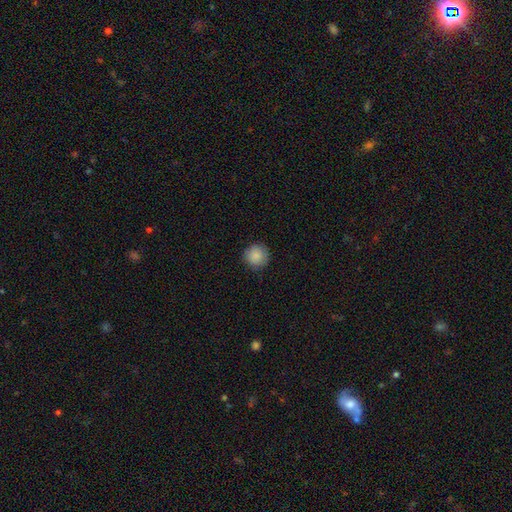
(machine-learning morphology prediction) smooth-or-featured: smooth: 88% | star or artifact: 8% | featured or disk: 4%
  how-rounded: round: 95% | in between: 4% | cigar-shaped: 1%
  merging: none: 90% | minor disturbance: 7% | major disturbance: 2% | merger: 1%